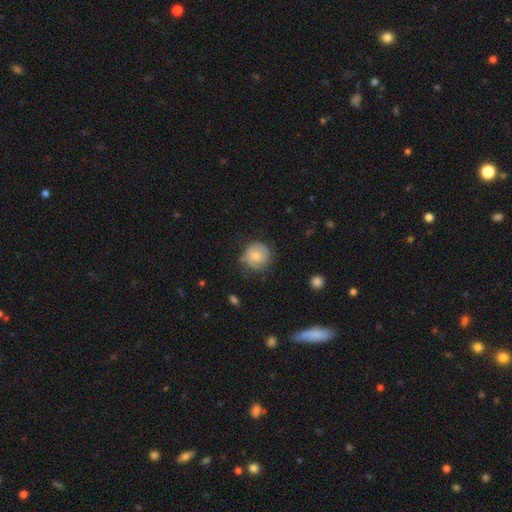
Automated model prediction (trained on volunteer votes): A smooth galaxy with no disk features (76%) that is round (91%). Merging: none (68%).